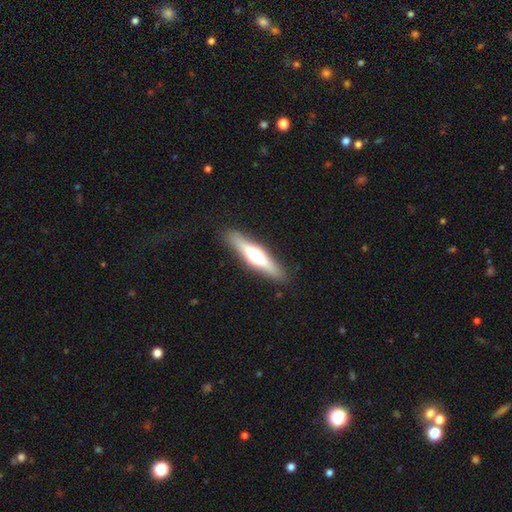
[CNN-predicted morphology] featured or disk 62%, smooth 32%, star or artifact 6%. Down the decision tree: edge-on disk — yes (94%); edge-on bulge — rounded (92%); merging — none (89%).